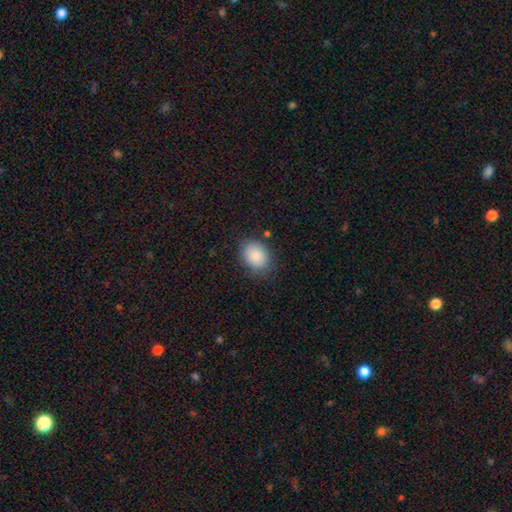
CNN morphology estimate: A smooth galaxy with no disk features (87%) that is in between round and cigar-shaped (66%). Merging: none (79%).